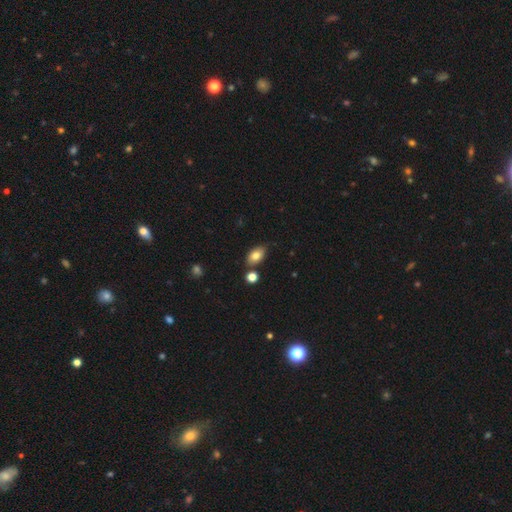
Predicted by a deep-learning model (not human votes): A smooth galaxy with no disk features (81%) that is in between round and cigar-shaped (89%). Merging: none (74%).